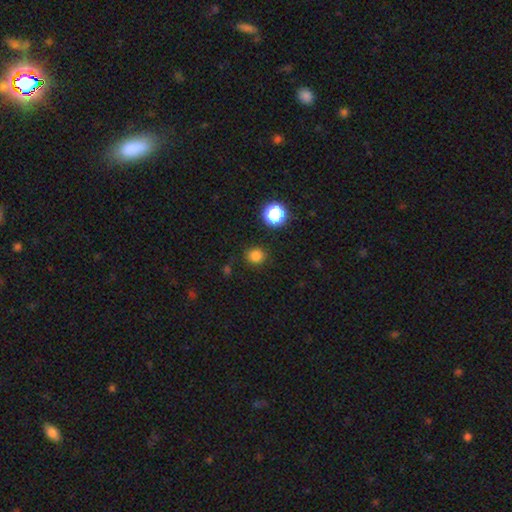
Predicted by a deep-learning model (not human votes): Smooth or featured?
  - smooth: 81% *
  - star or artifact: 15%
  - featured or disk: 4%
How rounded?
  - round: 89% *
  - in between: 10%
  - cigar-shaped: 1%
Merging?
  - none: 88% *
  - minor disturbance: 8%
  - major disturbance: 3%
  - merger: 2%